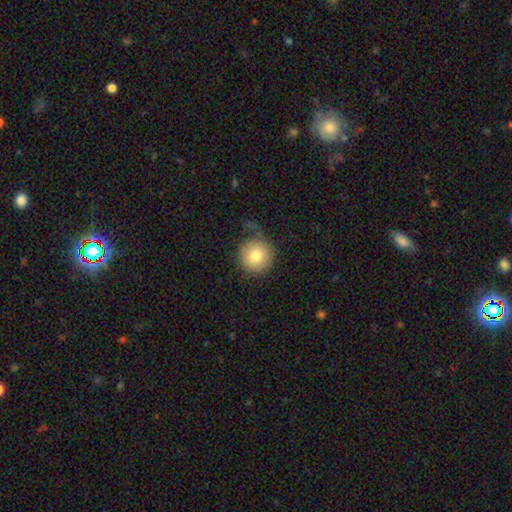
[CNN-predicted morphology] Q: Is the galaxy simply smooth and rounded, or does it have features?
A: smooth — 79%.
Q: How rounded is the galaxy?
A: round — 94%.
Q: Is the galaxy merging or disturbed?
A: none — 66%.